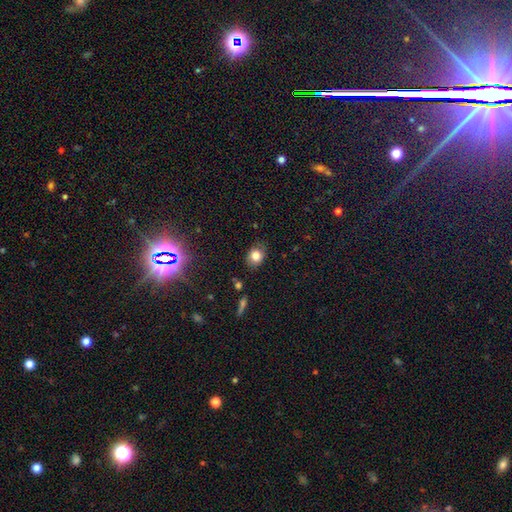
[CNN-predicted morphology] smooth_or_featured: smooth (p=0.79) [alt: star or artifact p=0.11]
how_rounded: in between (p=0.54) [alt: round p=0.45]
merging: none (p=0.82) [alt: minor disturbance p=0.14]